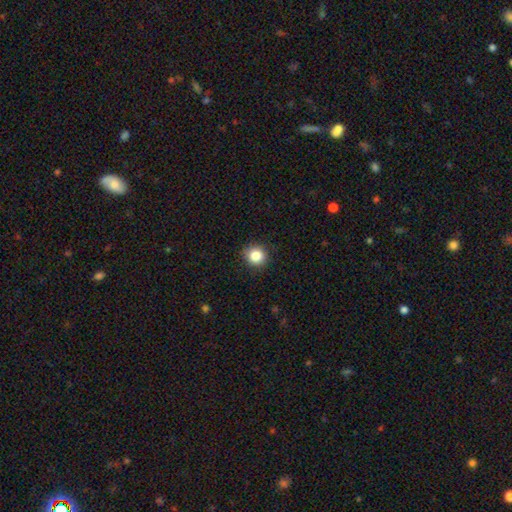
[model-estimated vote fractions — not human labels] The model was most divided on "smooth or featured": smooth: 84%, star or artifact: 11%, featured or disk: 5%. More confident: how rounded — round (92%); merging — none (91%).